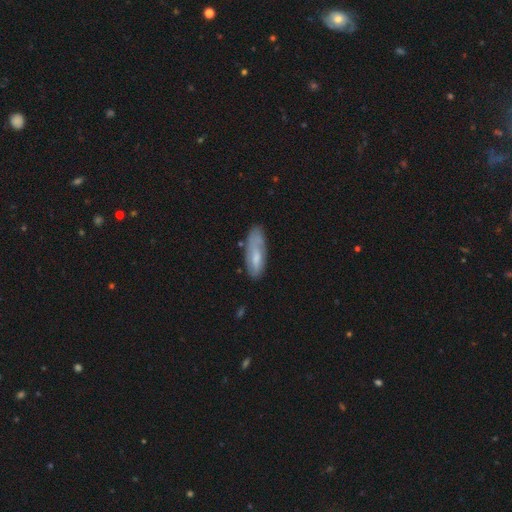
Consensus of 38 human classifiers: smooth-or-featured: smooth: 55% | featured or disk: 39% | star or artifact: 5%
  how-rounded: in between: 67% | cigar-shaped: 33% | round: 0%
  merging: none: 50% | minor disturbance: 36% | major disturbance: 14% | merger: 0%